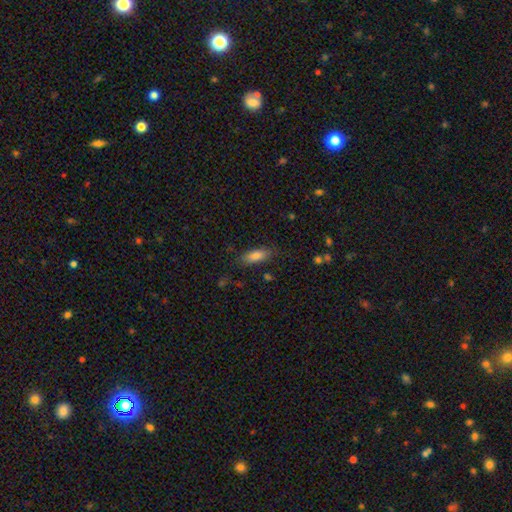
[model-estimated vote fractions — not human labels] A smooth galaxy with no disk features (81%) that is in between round and cigar-shaped (70%). Merging: none (79%).